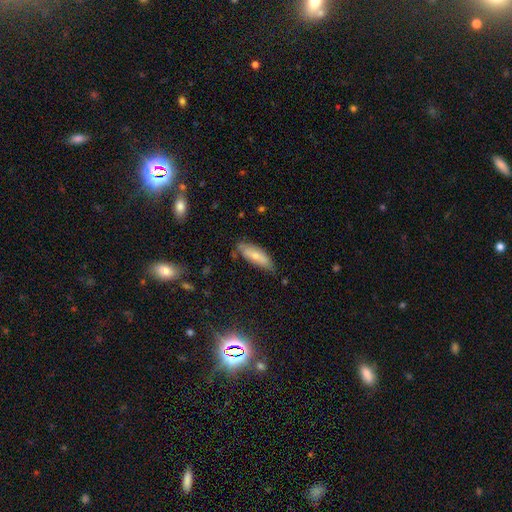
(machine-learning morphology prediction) smooth-or-featured: smooth: 67% | featured or disk: 27% | star or artifact: 7%
  how-rounded: in between: 66% | cigar-shaped: 32% | round: 2%
  merging: none: 59% | minor disturbance: 31% | major disturbance: 6% | merger: 3%